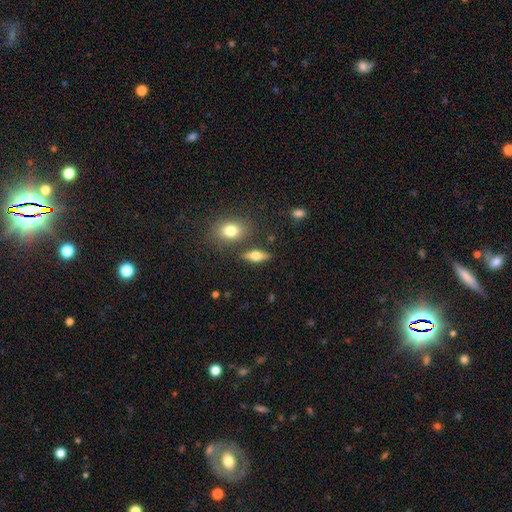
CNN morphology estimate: smooth-or-featured: featured or disk: 48% | smooth: 43% | star or artifact: 9%
  merging: none: 81% | minor disturbance: 10% | merger: 6% | major disturbance: 3%